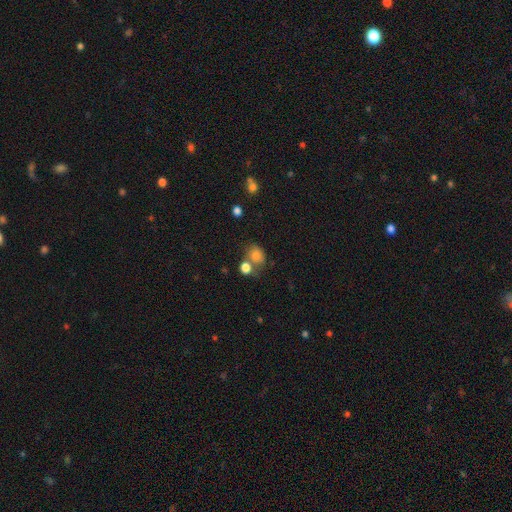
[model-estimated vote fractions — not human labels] This is likely a smooth galaxy (77%). How rounded: possibly round (59%). Merging: possibly none (47%).